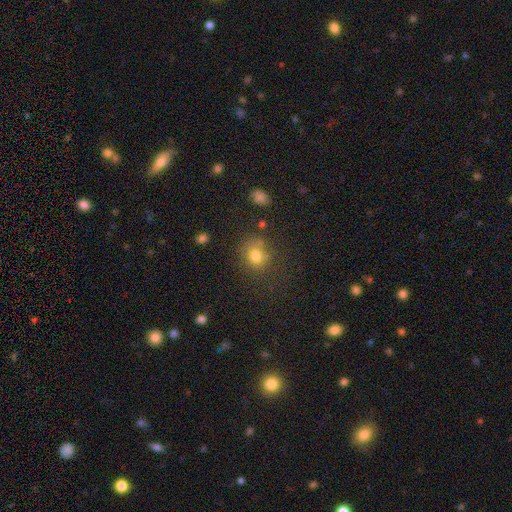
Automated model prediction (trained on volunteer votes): smooth_or_featured: smooth (p=0.76) [alt: star or artifact p=0.16]
how_rounded: round (p=0.76) [alt: in between p=0.23]
merging: none (p=0.67) [alt: minor disturbance p=0.17]